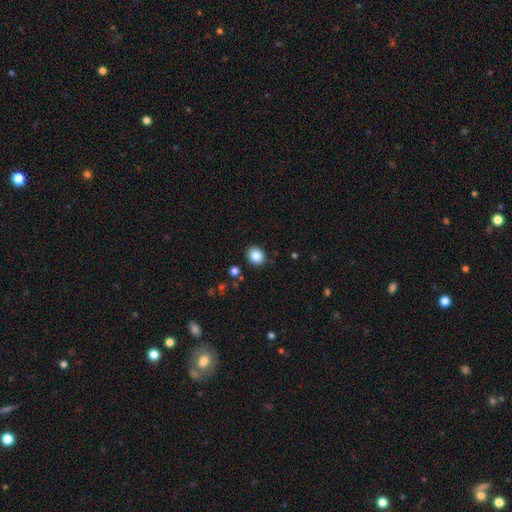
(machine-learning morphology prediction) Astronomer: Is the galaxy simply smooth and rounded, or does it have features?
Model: smooth — 86%.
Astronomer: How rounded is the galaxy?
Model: round — 70%.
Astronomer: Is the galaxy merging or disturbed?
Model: none — 89%.